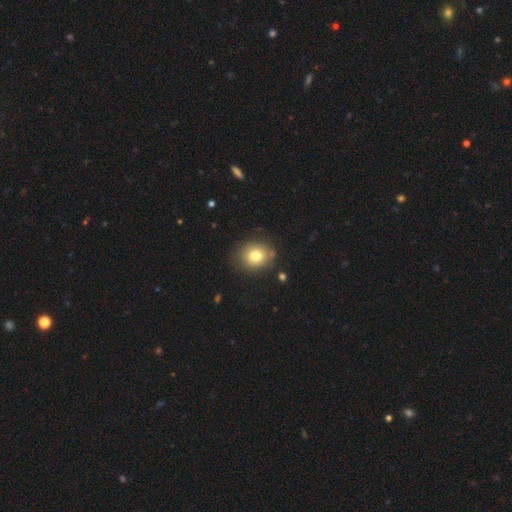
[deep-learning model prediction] Smooth or featured? Predicted: smooth (p=0.78). How rounded? Predicted: round (p=0.68). Merging? Predicted: none (p=0.79).